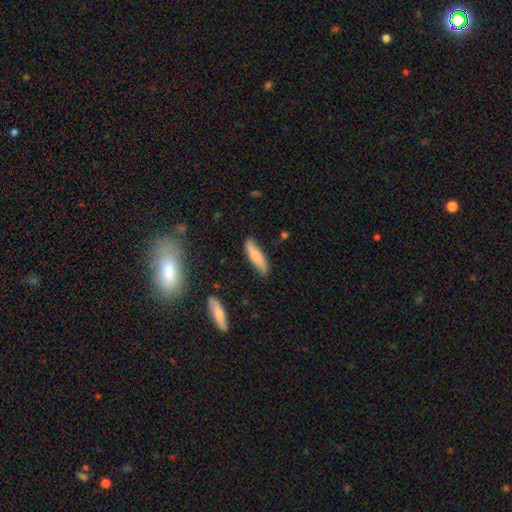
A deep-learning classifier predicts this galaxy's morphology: smooth-or-featured: smooth: 77% | featured or disk: 17% | star or artifact: 6%
  how-rounded: cigar-shaped: 67% | in between: 31% | round: 2%
  merging: none: 83% | minor disturbance: 13% | major disturbance: 2% | merger: 2%